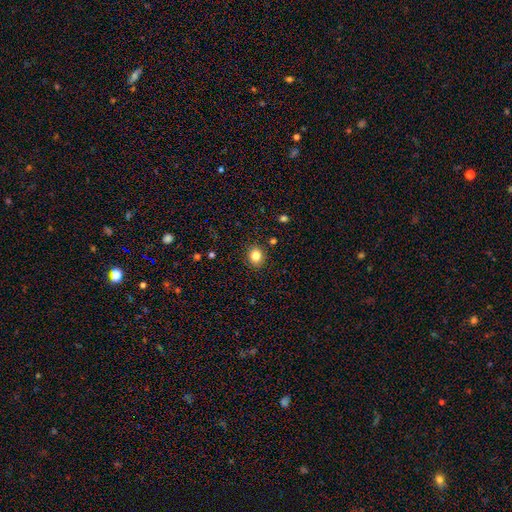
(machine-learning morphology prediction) smooth-or-featured: smooth: 83% | star or artifact: 11% | featured or disk: 6%
  how-rounded: round: 72% | in between: 27% | cigar-shaped: 1%
  merging: none: 89% | minor disturbance: 7% | major disturbance: 2% | merger: 2%